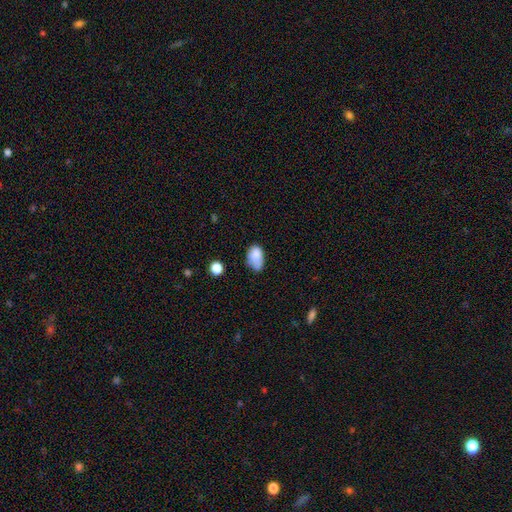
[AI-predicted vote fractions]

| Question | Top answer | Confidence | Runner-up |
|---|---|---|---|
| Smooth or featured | smooth | 81% | featured or disk (10%) |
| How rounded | in between | 87% | round (11%) |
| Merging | none | 40% | minor disturbance (39%) |